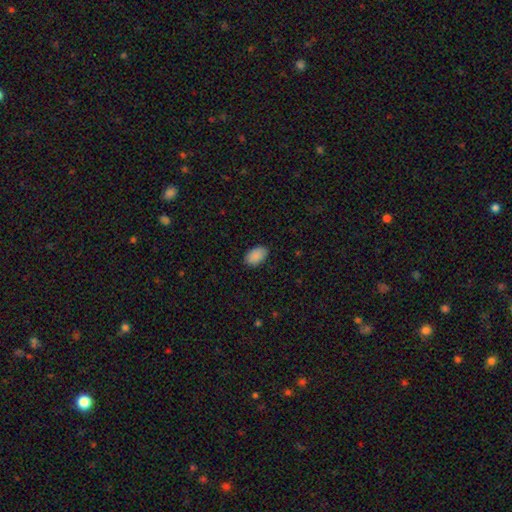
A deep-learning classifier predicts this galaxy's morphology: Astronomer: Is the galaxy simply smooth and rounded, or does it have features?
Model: smooth — 90%.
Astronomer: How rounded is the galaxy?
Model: in between — 92%.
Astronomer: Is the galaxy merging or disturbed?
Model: none — 86%.